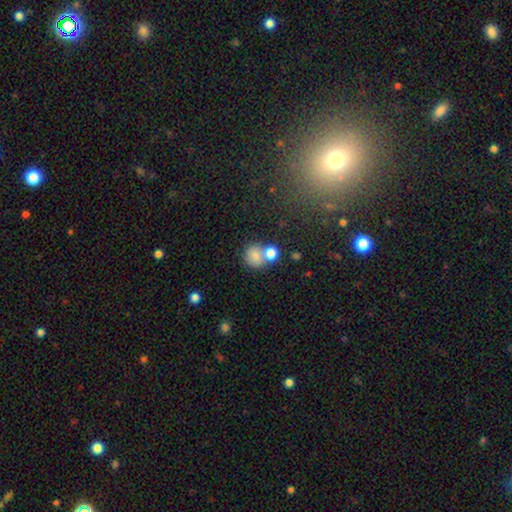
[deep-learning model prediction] Smooth or featured: smooth — 78% (featured or disk — 11%)
How rounded: round — 82% (in between — 17%)
Merging: none — 46% (merger — 40%)